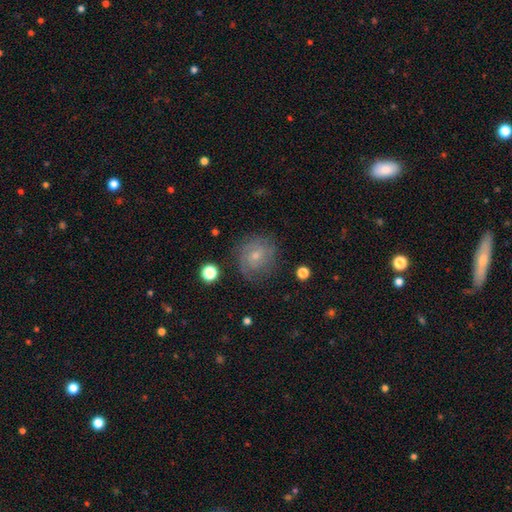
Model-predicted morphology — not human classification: Smooth or featured? Predicted: featured or disk (p=0.59). Edge-on disk? Predicted: no (p=0.97). Bar? Predicted: no (p=0.66). Spiral arms? Predicted: yes (p=0.86). Bulge size? Predicted: small (p=0.63). Merging? Predicted: none (p=0.73).